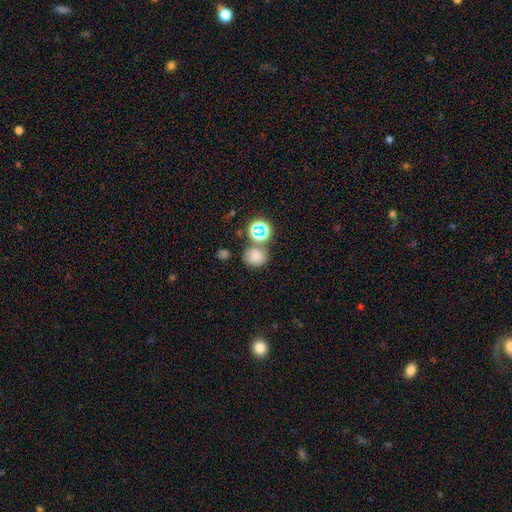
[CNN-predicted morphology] Smooth or featured? Predicted: smooth (p=0.74). How rounded? Predicted: round (p=0.73). Merging? Predicted: none (p=0.66).